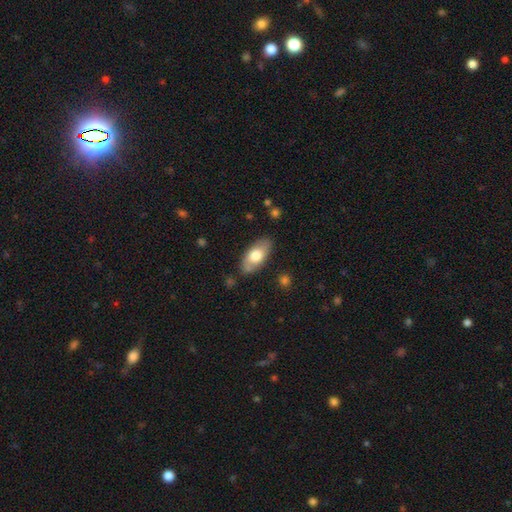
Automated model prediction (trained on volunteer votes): Overall: smooth (67%). How rounded: in between (90%). Merging: none (80%).